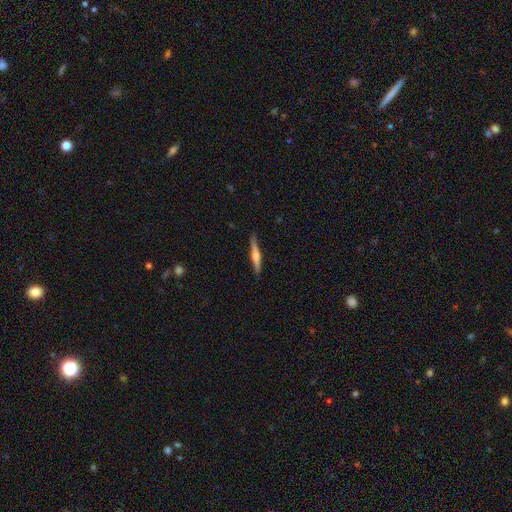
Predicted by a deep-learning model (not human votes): Smooth or featured?
  - featured or disk: 61% *
  - smooth: 34%
  - star or artifact: 6%
Edge-on disk?
  - yes: 98% *
  - no: 2%
Edge-on bulge?
  - rounded: 82% *
  - boxy: 10%
  - none: 9%
Merging?
  - none: 89% *
  - minor disturbance: 8%
  - major disturbance: 2%
  - merger: 1%